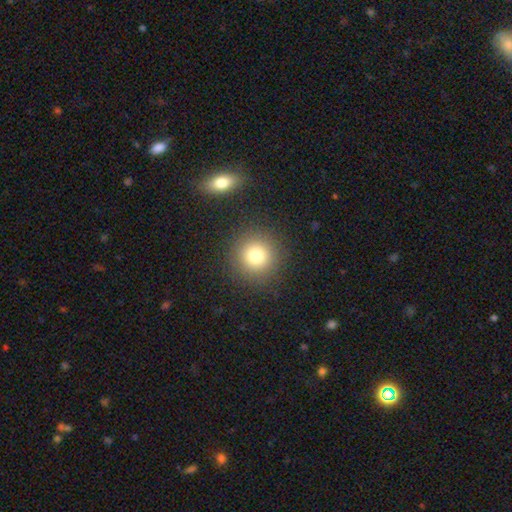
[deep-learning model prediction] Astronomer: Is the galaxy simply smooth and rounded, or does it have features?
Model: smooth — 77%.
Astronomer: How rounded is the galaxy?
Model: round — 95%.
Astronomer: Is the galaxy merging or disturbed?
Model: none — 90%.